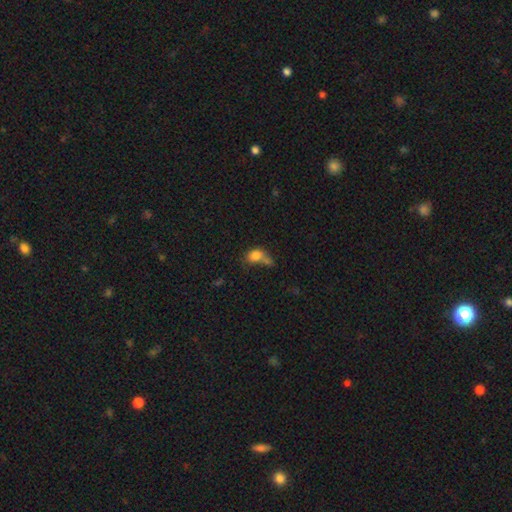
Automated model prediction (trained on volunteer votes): Smooth or featured?
  - smooth: 79% *
  - featured or disk: 11%
  - star or artifact: 10%
How rounded?
  - in between: 70% *
  - round: 28%
  - cigar-shaped: 2%
Merging?
  - merger: 43% *
  - none: 27%
  - minor disturbance: 17%
  - major disturbance: 13%